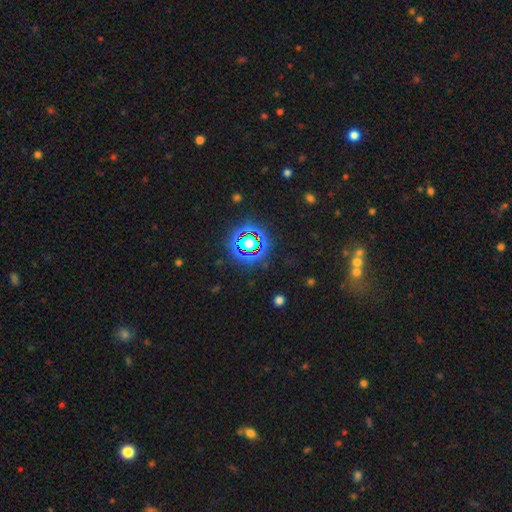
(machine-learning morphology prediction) Smooth or featured? Predicted: star or artifact (p=0.78).